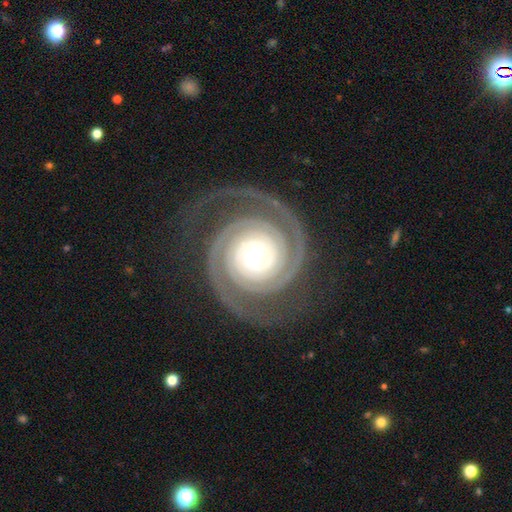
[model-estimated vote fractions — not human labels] Morphology: type=featured or disk (94%); edge-on=no (98%); bar=no (76%); spiral arms=yes (99%); winding=tight (85%); arm count=2 (87%); bulge=moderate (46%); merging=none (80%).